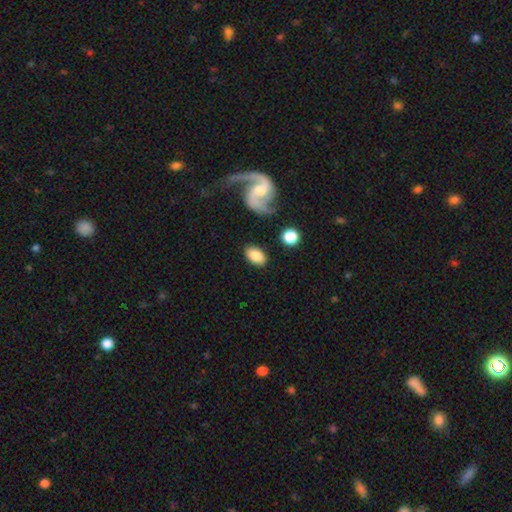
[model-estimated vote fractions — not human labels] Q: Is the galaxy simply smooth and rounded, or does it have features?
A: smooth — 77%.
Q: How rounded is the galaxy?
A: in between — 89%.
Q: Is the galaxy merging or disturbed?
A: none — 81%.